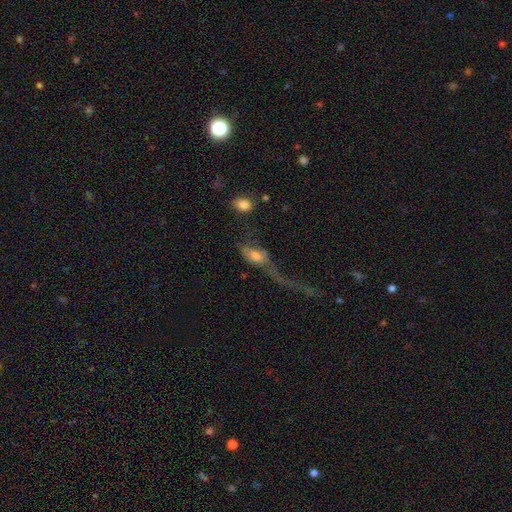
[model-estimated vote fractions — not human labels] This is possibly a smooth galaxy (50%). How rounded: clearly in between (80%). Merging: possibly major disturbance (58%).